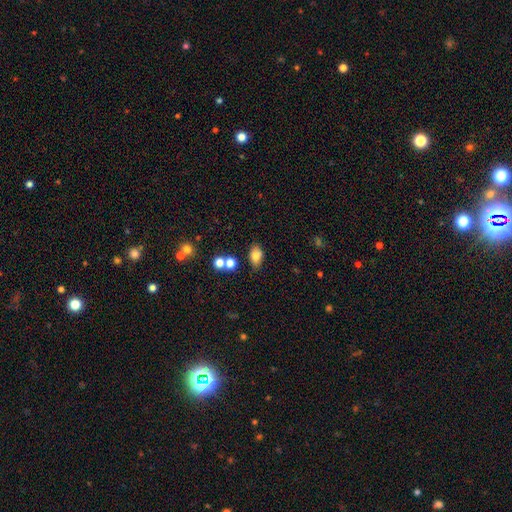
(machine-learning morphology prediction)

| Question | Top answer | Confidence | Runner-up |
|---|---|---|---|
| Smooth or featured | smooth | 78% | star or artifact (12%) |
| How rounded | in between | 83% | round (15%) |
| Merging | none | 73% | minor disturbance (14%) |